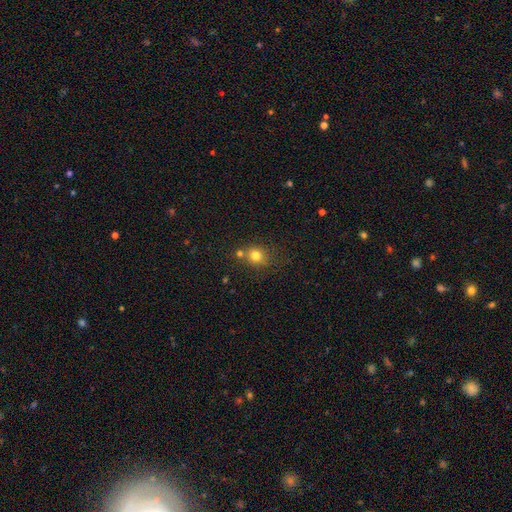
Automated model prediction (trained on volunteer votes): Morphology: type=smooth (77%); roundness=round (76%); merging=none (64%).